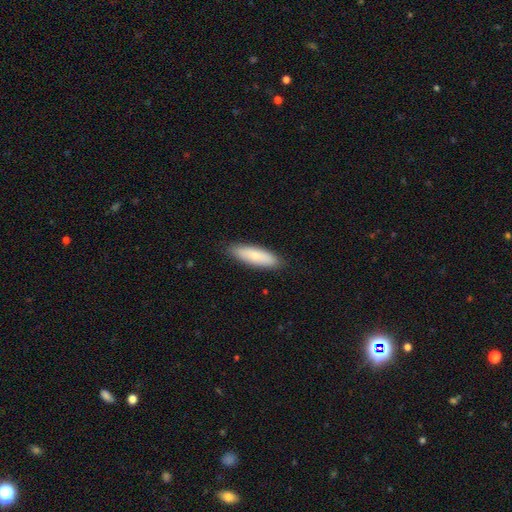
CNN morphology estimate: A smooth galaxy with no disk features (75%) that is cigar-shaped (55%).

Vote fractions:
- Smooth or featured? smooth: 75% / featured or disk: 19% / star or artifact: 6%
- How rounded? cigar-shaped: 55% / in between: 43% / round: 2%
- Merging? none: 88% / minor disturbance: 9% / major disturbance: 2% / merger: 1%